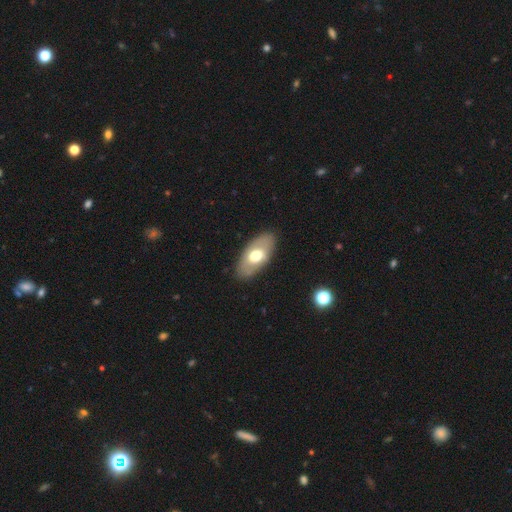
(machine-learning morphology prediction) type=smooth (58%); roundness=in between (92%); merging=none (84%).